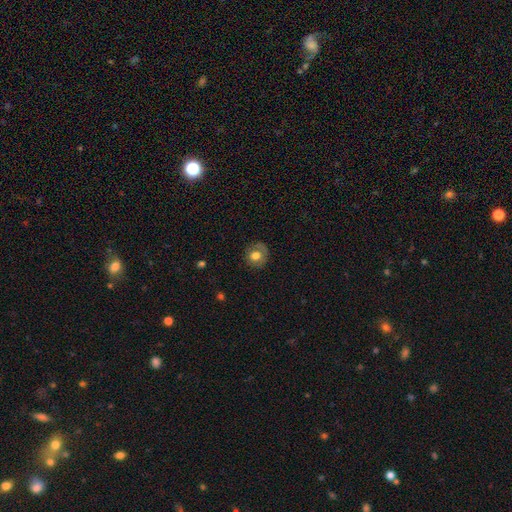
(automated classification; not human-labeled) Smooth or featured: smooth — 67% (featured or disk — 24%)
How rounded: round — 83% (in between — 16%)
Merging: none — 73% (minor disturbance — 18%)